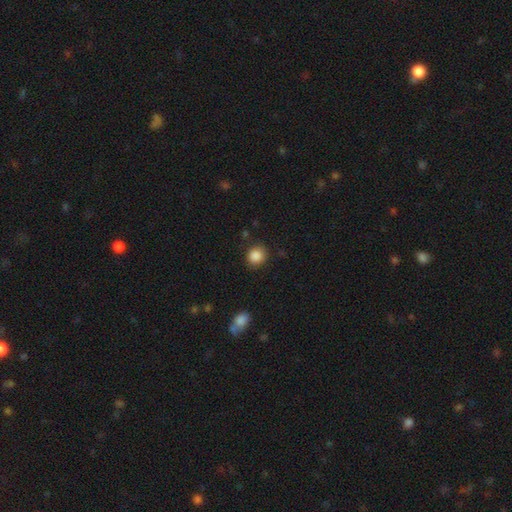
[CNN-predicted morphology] A smooth galaxy with no disk features (87%) that is round (79%).

Vote fractions:
- Smooth or featured? smooth: 87% / star or artifact: 9% / featured or disk: 4%
- How rounded? round: 79% / in between: 20% / cigar-shaped: 1%
- Merging? none: 84% / minor disturbance: 12% / major disturbance: 3% / merger: 2%